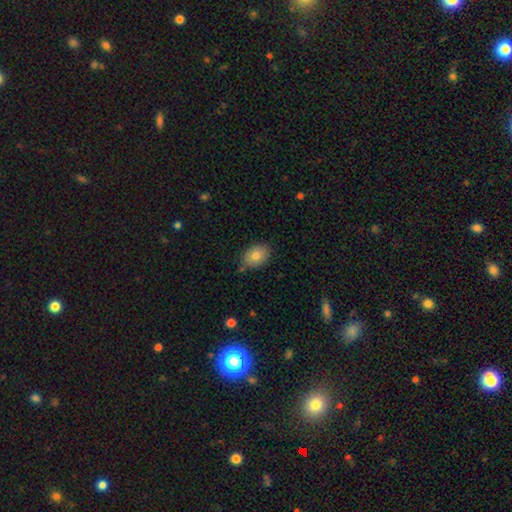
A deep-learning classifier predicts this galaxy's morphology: A smooth galaxy with no disk features (80%) that is in between round and cigar-shaped (79%).

Vote fractions:
- Smooth or featured? smooth: 80% / featured or disk: 12% / star or artifact: 8%
- How rounded? in between: 79% / round: 20% / cigar-shaped: 1%
- Merging? none: 78% / minor disturbance: 16% / merger: 3% / major disturbance: 3%